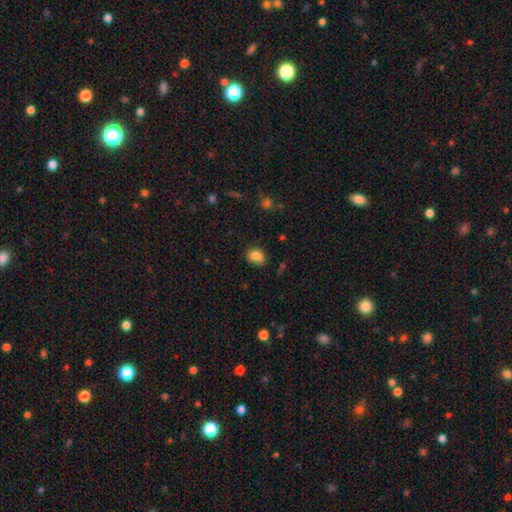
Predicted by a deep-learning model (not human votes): A smooth galaxy with no disk features (84%) that is in between round and cigar-shaped (54%).

Vote fractions:
- Smooth or featured? smooth: 84% / star or artifact: 10% / featured or disk: 6%
- How rounded? in between: 54% / round: 45% / cigar-shaped: 1%
- Merging? none: 70% / minor disturbance: 24% / major disturbance: 5% / merger: 2%